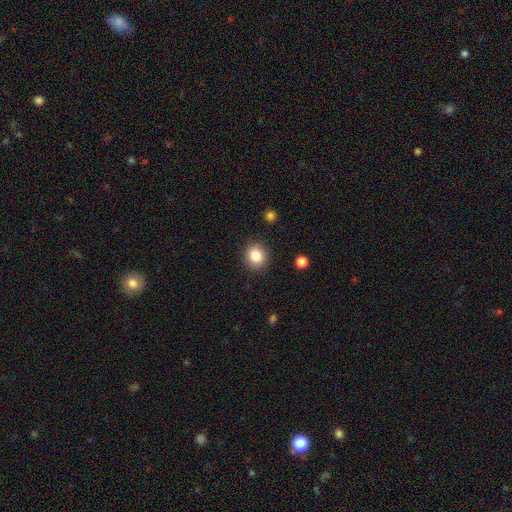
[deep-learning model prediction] Smooth or featured? Predicted: smooth (p=0.84). How rounded? Predicted: round (p=0.78). Merging? Predicted: none (p=0.89).